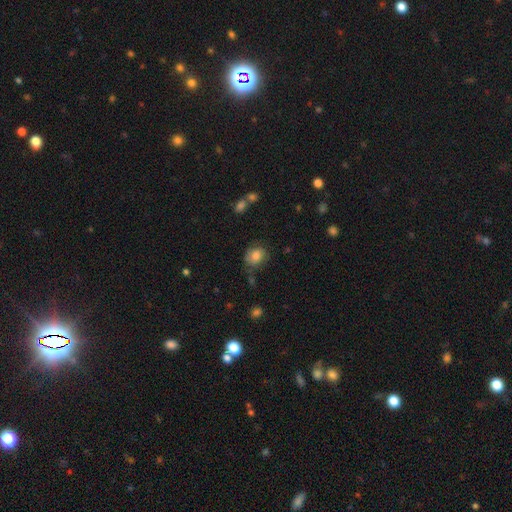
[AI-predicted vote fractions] Q: Smooth or featured?
A: smooth (76%); runner-up: featured or disk (15%)
Q: How rounded?
A: round (56%); runner-up: in between (43%)
Q: Merging?
A: none (66%); runner-up: minor disturbance (23%)